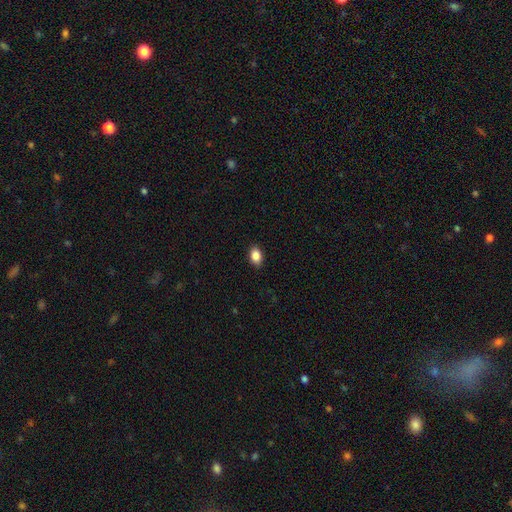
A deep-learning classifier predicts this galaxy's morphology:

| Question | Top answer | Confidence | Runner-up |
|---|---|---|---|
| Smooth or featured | smooth | 87% | star or artifact (9%) |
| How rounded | in between | 82% | round (16%) |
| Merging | none | 89% | minor disturbance (9%) |